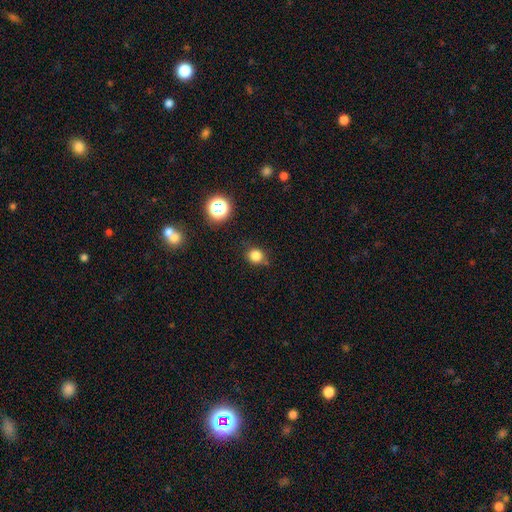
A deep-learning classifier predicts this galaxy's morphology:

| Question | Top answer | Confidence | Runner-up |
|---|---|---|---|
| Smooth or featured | smooth | 82% | star or artifact (14%) |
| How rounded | round | 81% | in between (18%) |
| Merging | none | 77% | minor disturbance (16%) |